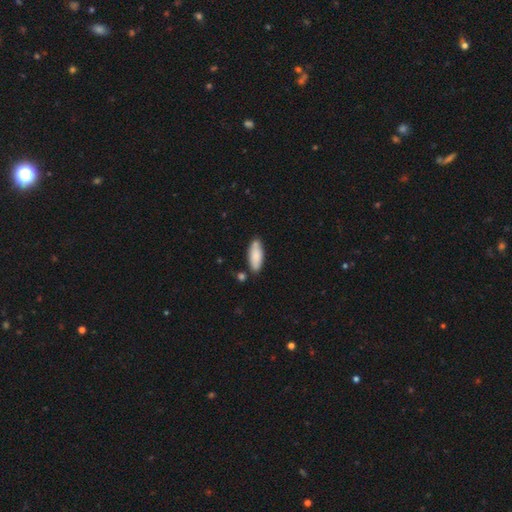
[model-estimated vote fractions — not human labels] Overall: smooth (82%). How rounded: in between (72%). Merging: none (76%).